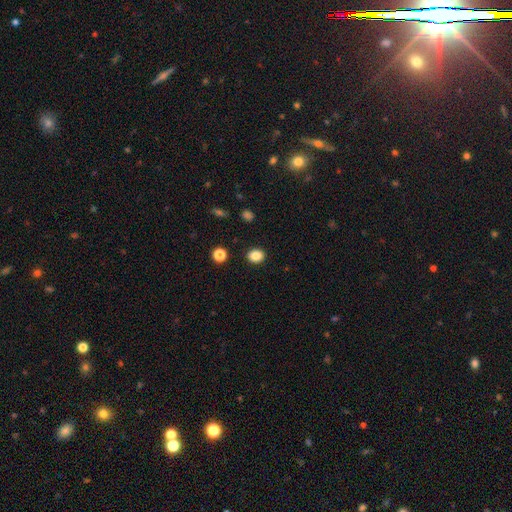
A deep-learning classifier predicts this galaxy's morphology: Smooth or featured?
  - smooth: 85% *
  - star or artifact: 10%
  - featured or disk: 5%
How rounded?
  - round: 53% *
  - in between: 46%
  - cigar-shaped: 1%
Merging?
  - none: 90% *
  - minor disturbance: 7%
  - major disturbance: 2%
  - merger: 2%